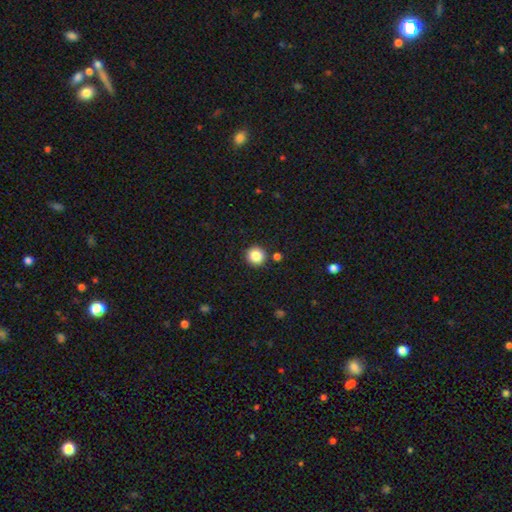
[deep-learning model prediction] Overall: smooth (86%). How rounded: round (95%). Merging: none (89%).